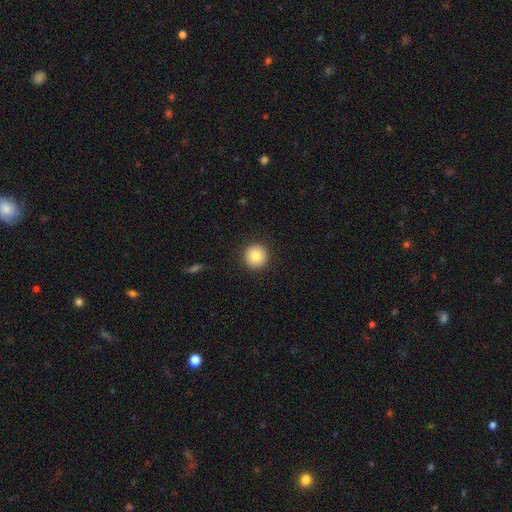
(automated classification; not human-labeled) Q: Smooth or featured?
A: smooth (83%); runner-up: star or artifact (9%)
Q: How rounded?
A: round (96%); runner-up: in between (3%)
Q: Merging?
A: none (92%); runner-up: minor disturbance (5%)